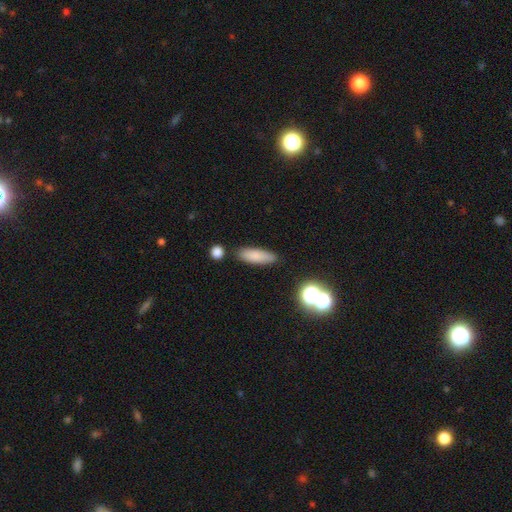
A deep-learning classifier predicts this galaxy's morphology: Smooth or featured?
  - smooth: 82% *
  - featured or disk: 9%
  - star or artifact: 9%
How rounded?
  - cigar-shaped: 51% *
  - in between: 47%
  - round: 3%
Merging?
  - none: 82% *
  - minor disturbance: 11%
  - merger: 4%
  - major disturbance: 3%